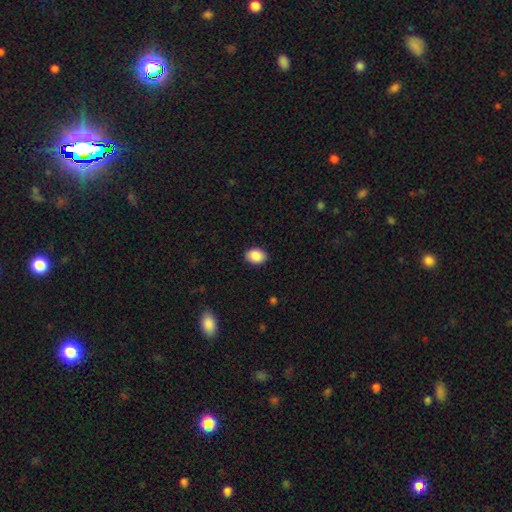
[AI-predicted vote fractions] Smooth or featured: smooth — 89% (star or artifact — 7%)
How rounded: in between — 71% (round — 28%)
Merging: none — 89% (minor disturbance — 8%)